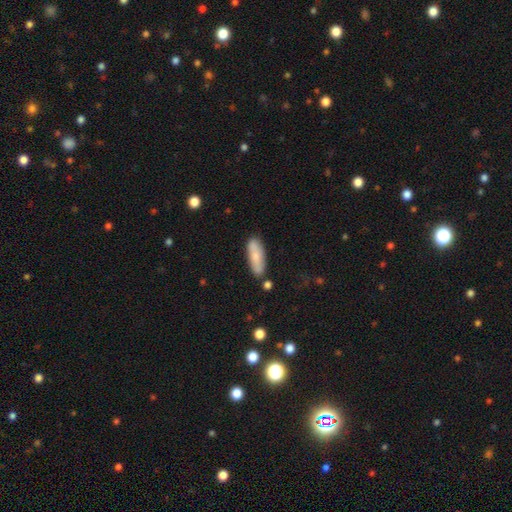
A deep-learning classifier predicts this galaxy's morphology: smooth 67%, featured or disk 27%, star or artifact 6%. Down the decision tree: how rounded — in between (62%); merging — none (79%).